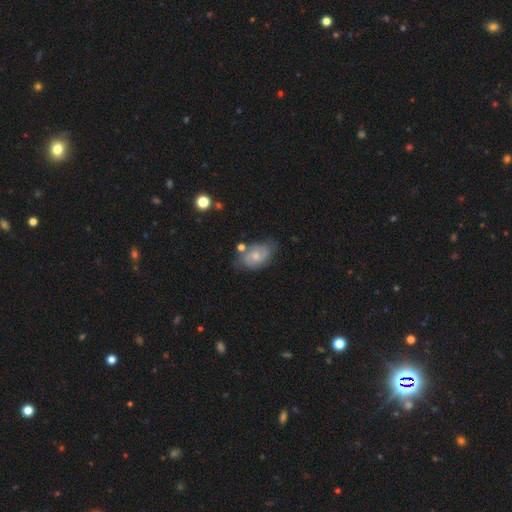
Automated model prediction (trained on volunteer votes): This appears to be a featured or disk galaxy (52%). Merging: none (56%).